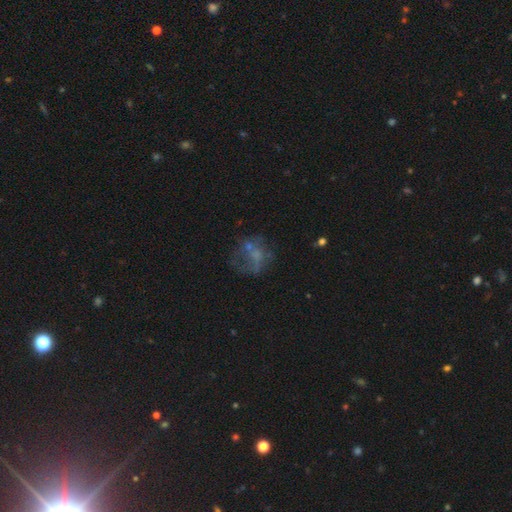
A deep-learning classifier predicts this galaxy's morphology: featured or disk 47%, smooth 35%, star or artifact 18%. Down the decision tree: merging — none (40%).